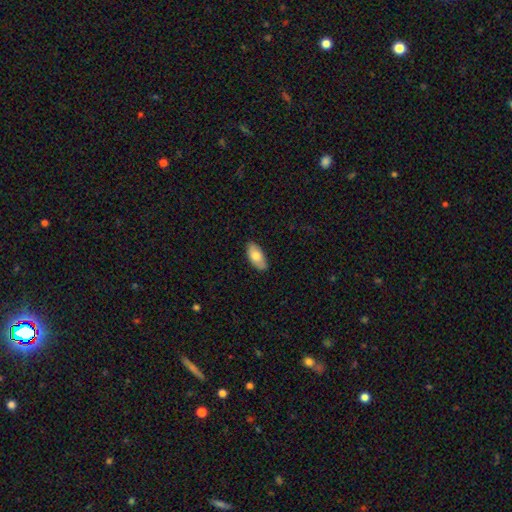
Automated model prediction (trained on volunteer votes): Overall: smooth (76%). How rounded: in between (92%). Merging: none (85%).